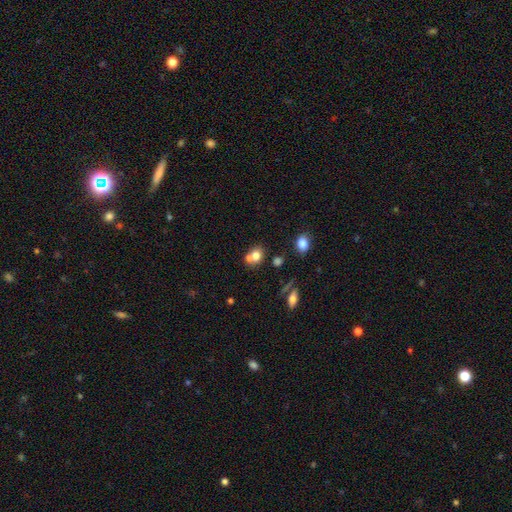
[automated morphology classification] Overall: smooth (72%). How rounded: round (66%; in between 33%). Merging: merger (47%; none 41%).